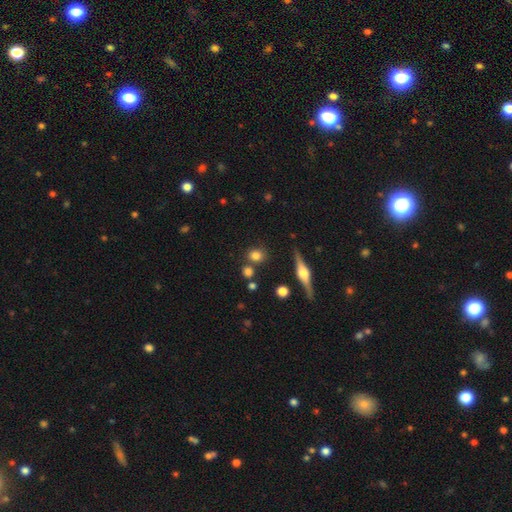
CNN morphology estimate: Overall: smooth (76%). How rounded: round (75%). Merging: none (75%).